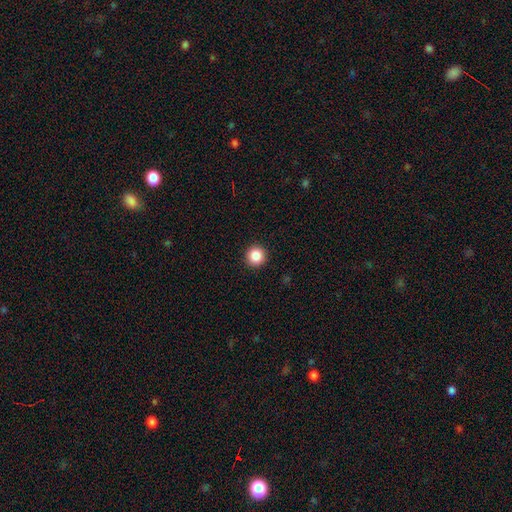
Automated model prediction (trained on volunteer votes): A smooth galaxy with no disk features (87%) that is round (95%). Merging: none (93%).